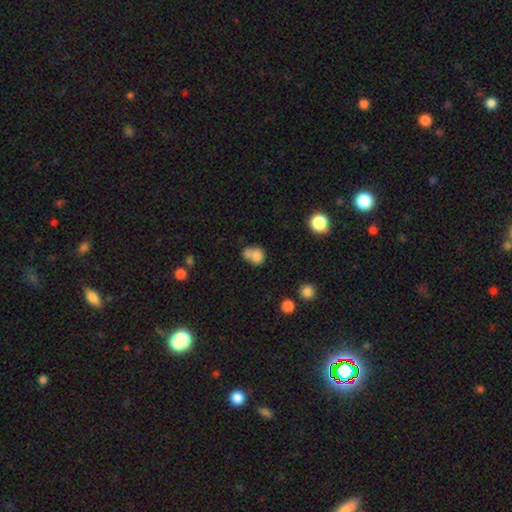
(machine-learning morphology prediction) Q: Smooth or featured?
A: smooth (78%); runner-up: featured or disk (12%)
Q: How rounded?
A: round (63%); runner-up: in between (36%)
Q: Merging?
A: merger (47%); runner-up: none (32%)